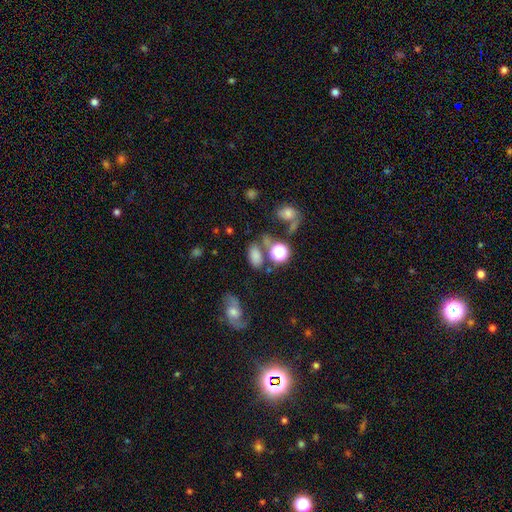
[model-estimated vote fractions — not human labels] Overall: smooth (71%). How rounded: in between (83%). Merging: none (58%).